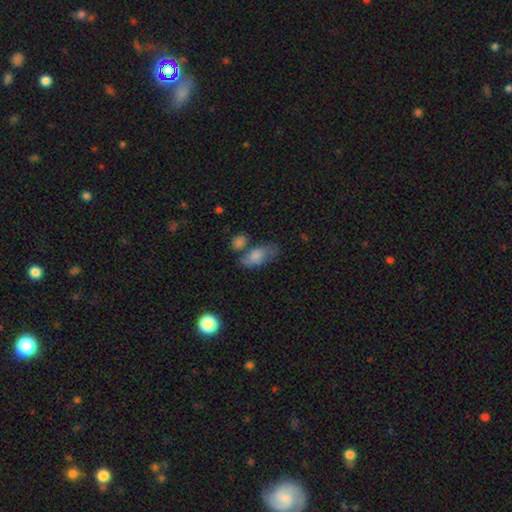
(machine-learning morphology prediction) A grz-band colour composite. It shows a smooth galaxy with no disk features (72%) that is in between round and cigar-shaped (86%). Merging: none (49%).